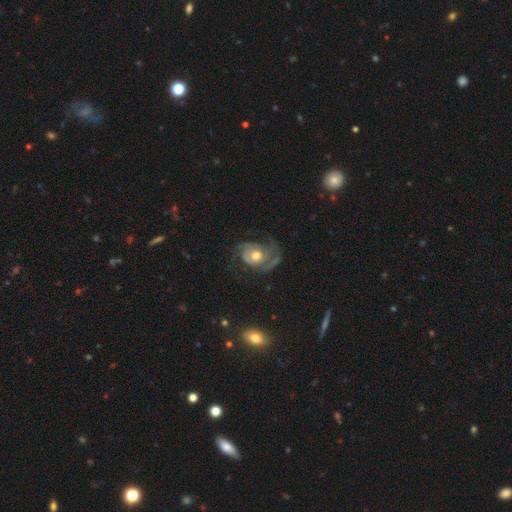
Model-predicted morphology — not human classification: Smooth or featured? Predicted: featured or disk (p=0.77). Edge-on disk? Predicted: no (p=0.97). Bar? Predicted: no (p=0.78). Spiral arms? Predicted: yes (p=0.87). Spiral winding? Predicted: medium (p=0.42). Spiral arm count? Predicted: 2 (p=0.51). Bulge size? Predicted: moderate (p=0.72). Merging? Predicted: none (p=0.47).